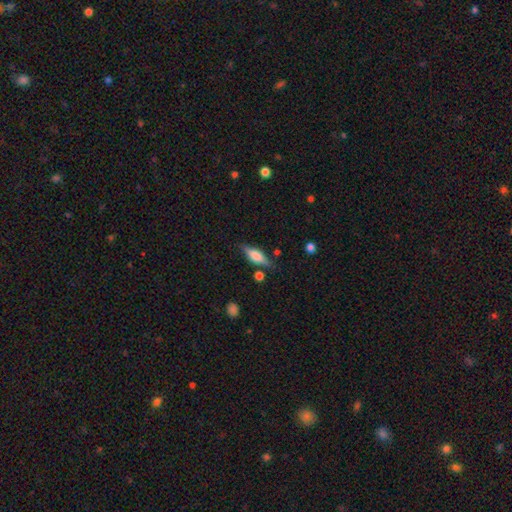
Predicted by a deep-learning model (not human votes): smooth-or-featured: smooth: 52% | featured or disk: 41% | star or artifact: 7%
  how-rounded: in between: 54% | cigar-shaped: 42% | round: 3%
  merging: none: 76% | minor disturbance: 16% | major disturbance: 4% | merger: 4%